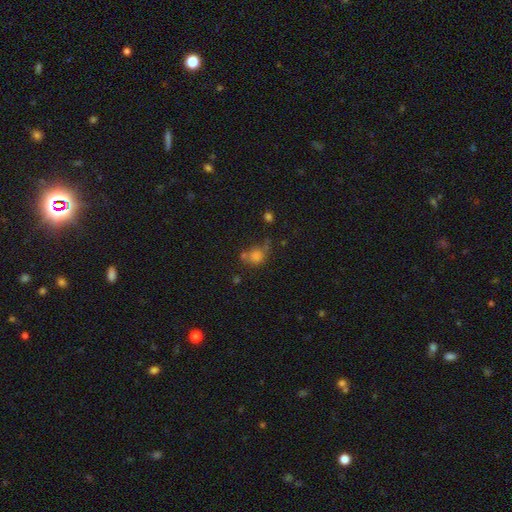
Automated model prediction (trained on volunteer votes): smooth-or-featured: smooth: 65% | star or artifact: 23% | featured or disk: 12%
  how-rounded: round: 60% | in between: 38% | cigar-shaped: 2%
  merging: none: 45% | minor disturbance: 21% | major disturbance: 17% | merger: 17%